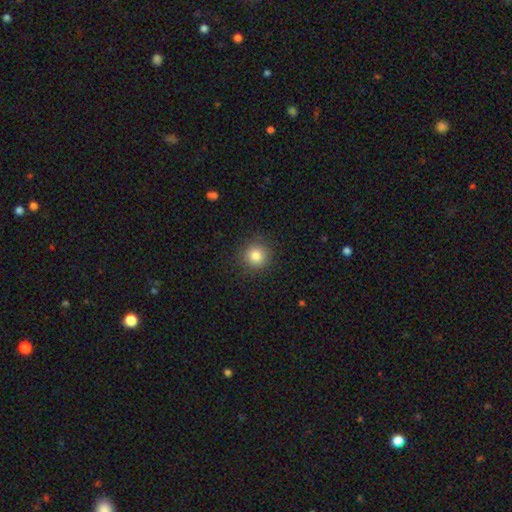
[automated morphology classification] A smooth galaxy with no disk features (83%) that is round (93%). Merging: none (89%).